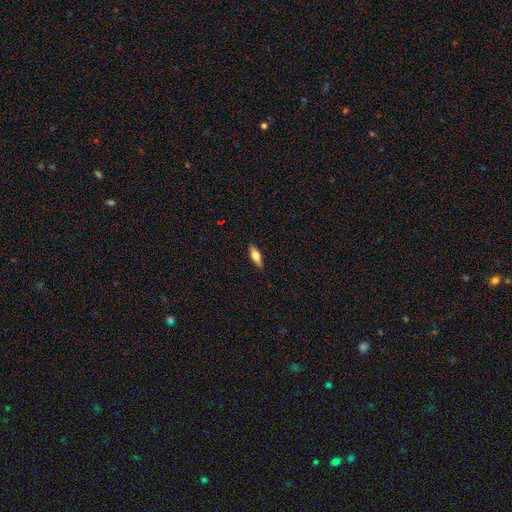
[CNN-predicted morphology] smooth_or_featured: smooth (p=0.58) [alt: featured or disk p=0.35]
how_rounded: in between (p=0.60) [alt: cigar-shaped p=0.37]
merging: none (p=0.86) [alt: minor disturbance p=0.11]